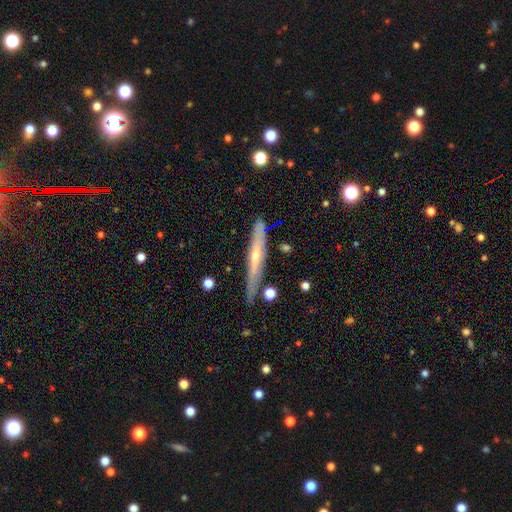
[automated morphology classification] Smooth or featured: featured or disk — 67% (smooth — 24%)
Edge-on disk: yes — 92% (no — 8%)
Edge-on bulge: rounded — 73% (none — 23%)
Merging: none — 81% (minor disturbance — 13%)